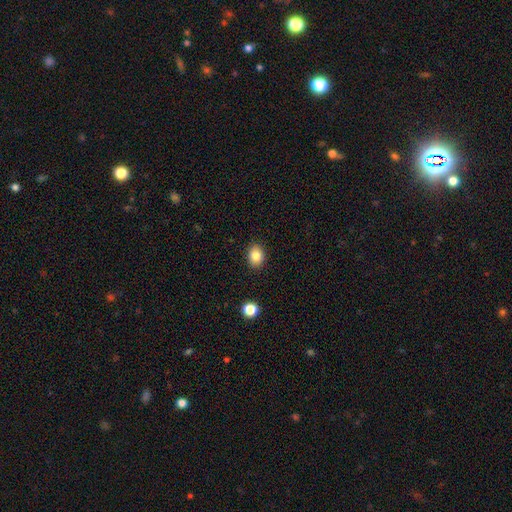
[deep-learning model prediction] A smooth galaxy with no disk features (84%) that is in between round and cigar-shaped (57%). Merging: none (89%).